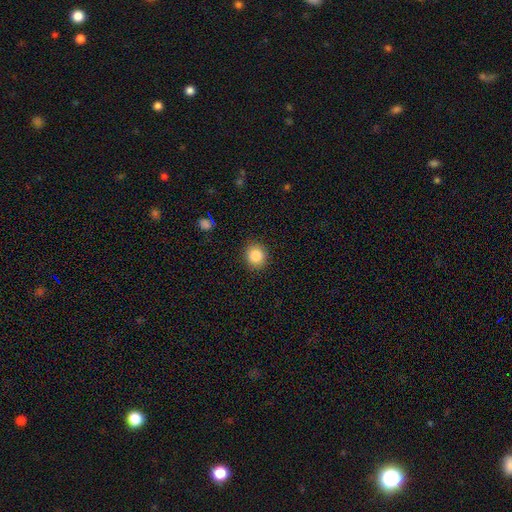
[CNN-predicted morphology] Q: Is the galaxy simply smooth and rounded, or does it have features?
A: smooth — 87%.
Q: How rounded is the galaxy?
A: round — 84%.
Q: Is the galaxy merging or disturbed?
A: none — 90%.